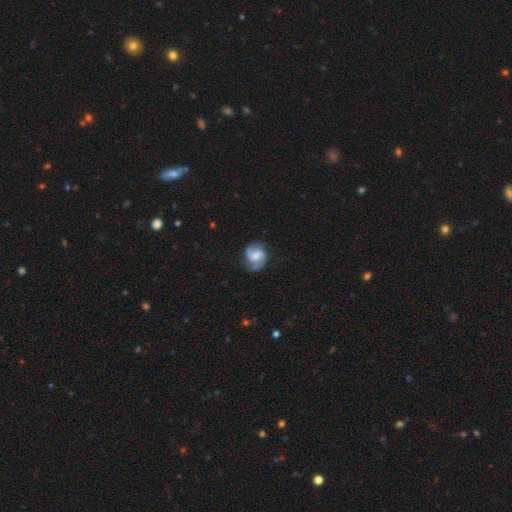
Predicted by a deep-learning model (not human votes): Smooth or featured: featured or disk — 78% (smooth — 16%)
Edge-on disk: no — 98% (yes — 2%)
Bar: weak — 51% (no — 28%)
Spiral arms: yes — 95% (no — 5%)
Spiral winding: medium — 51% (tight — 26%)
Spiral arm count: 2 — 88% (can't tell — 4%)
Bulge size: moderate — 35% (small — 28%)
Merging: none — 74% (minor disturbance — 18%)